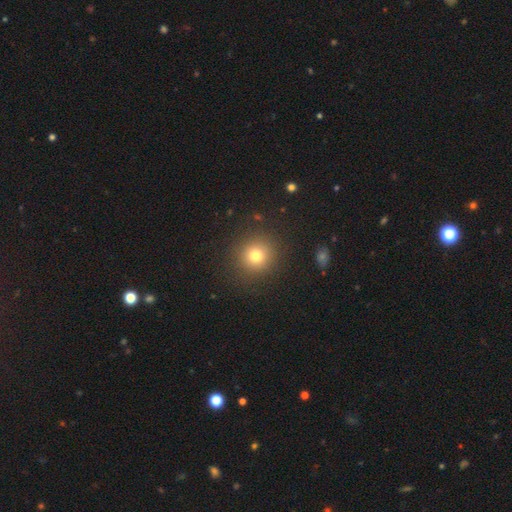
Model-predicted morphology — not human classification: smooth 77%, star or artifact 14%, featured or disk 9%. Down the decision tree: how rounded — round (92%); merging — none (89%).